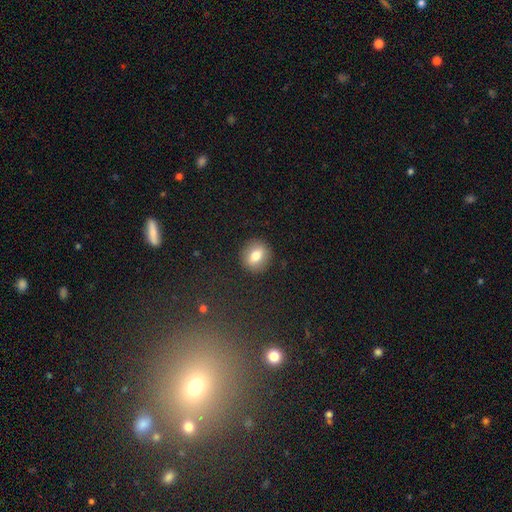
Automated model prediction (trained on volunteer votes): smooth_or_featured: smooth (p=0.72) [alt: featured or disk p=0.19]
how_rounded: round (p=0.71) [alt: in between p=0.27]
merging: none (p=0.89) [alt: minor disturbance p=0.07]